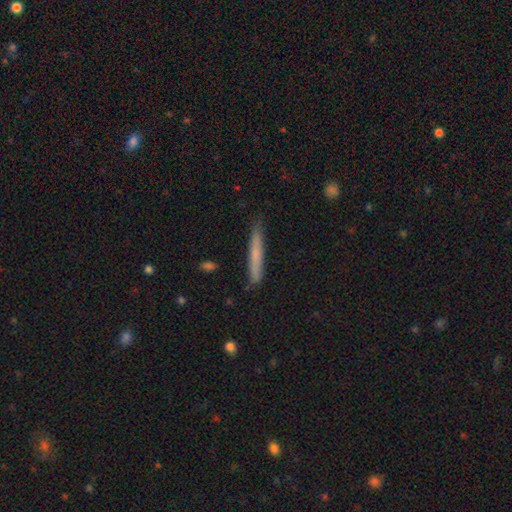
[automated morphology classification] Smooth or featured? Predicted: smooth (p=0.68). How rounded? Predicted: cigar-shaped (p=0.96). Merging? Predicted: none (p=0.84).